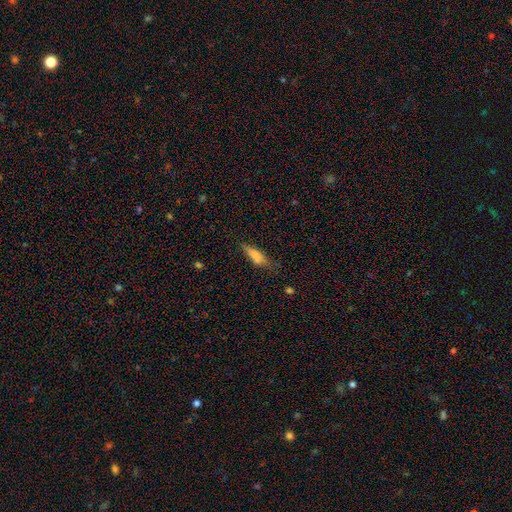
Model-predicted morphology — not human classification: type=smooth (79%); roundness=cigar-shaped (49%); merging=none (59%).